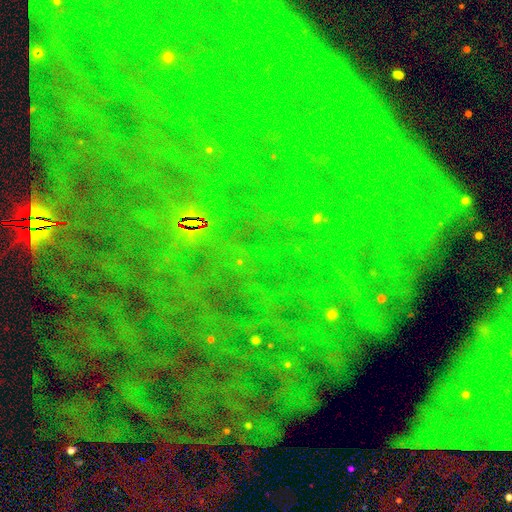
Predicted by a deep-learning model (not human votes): smooth_or_featured: star or artifact (p=0.82) [alt: smooth p=0.09]